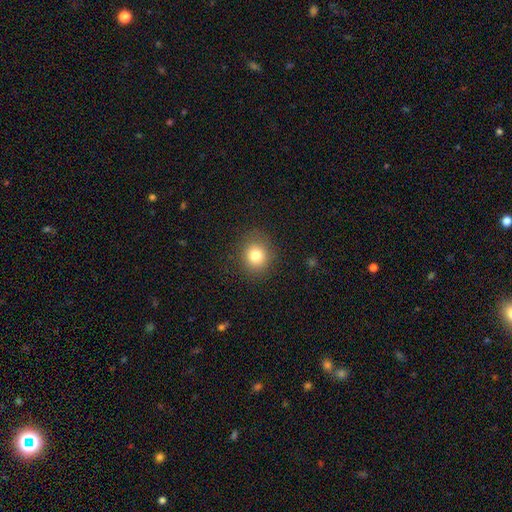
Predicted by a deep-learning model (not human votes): Overall: smooth (80%). How rounded: round (81%). Merging: none (87%).